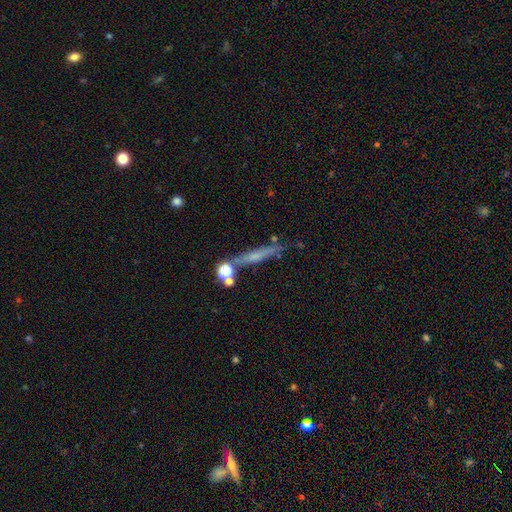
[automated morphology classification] Smooth or featured? featured or disk (46%)
Merging? none (72%)